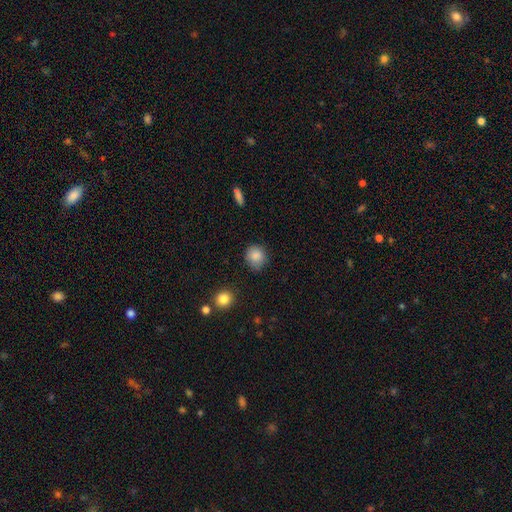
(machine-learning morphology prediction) Smooth or featured?
  - smooth: 87% *
  - star or artifact: 9%
  - featured or disk: 5%
How rounded?
  - round: 82% *
  - in between: 17%
  - cigar-shaped: 1%
Merging?
  - none: 80% *
  - minor disturbance: 16%
  - major disturbance: 3%
  - merger: 2%